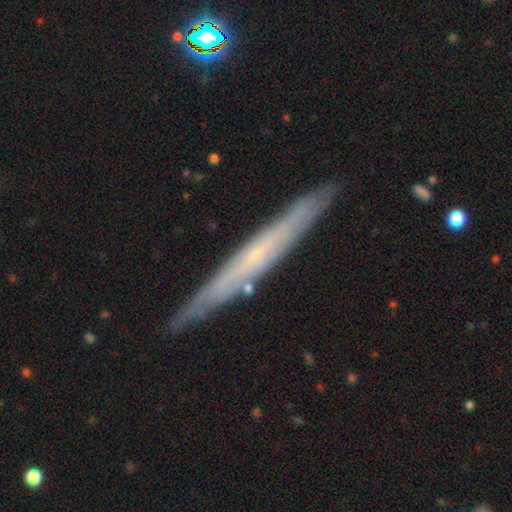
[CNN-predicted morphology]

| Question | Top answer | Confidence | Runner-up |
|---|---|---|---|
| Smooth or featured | featured or disk | 69% | smooth (24%) |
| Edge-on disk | yes | 88% | no (12%) |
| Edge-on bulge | none | 65% | rounded (32%) |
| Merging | none | 87% | minor disturbance (10%) |